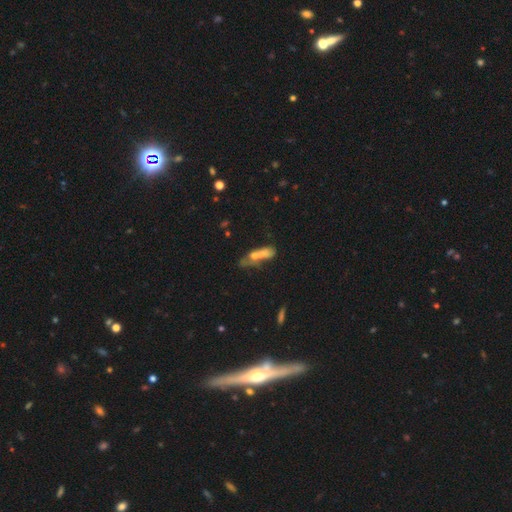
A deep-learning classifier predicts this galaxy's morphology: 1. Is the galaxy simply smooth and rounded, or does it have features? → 52% smooth, 32% featured or disk, 16% star or artifact.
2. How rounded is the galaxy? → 59% cigar-shaped, 37% in between, 4% round.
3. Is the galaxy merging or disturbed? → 30% none, 28% merger, 21% major disturbance, 20% minor disturbance.